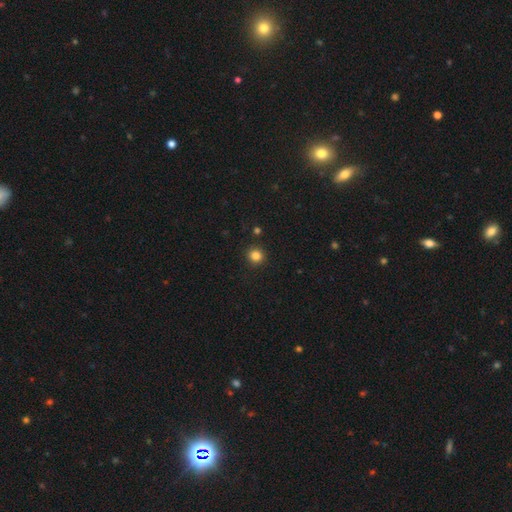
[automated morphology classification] A smooth galaxy with no disk features (84%) that is round (92%). Merging: none (91%).